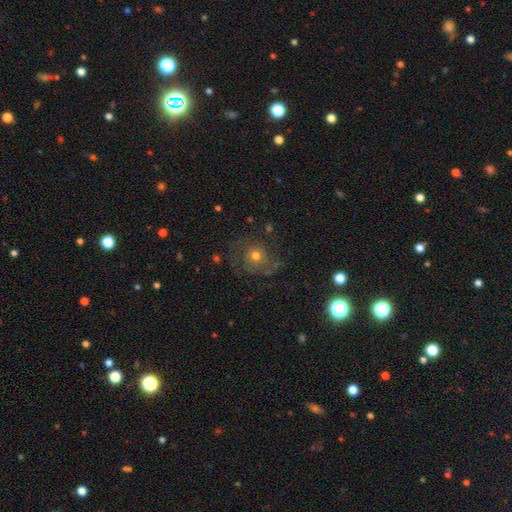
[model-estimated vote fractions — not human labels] A featured or disk galaxy (49%). Merging: none (61%).